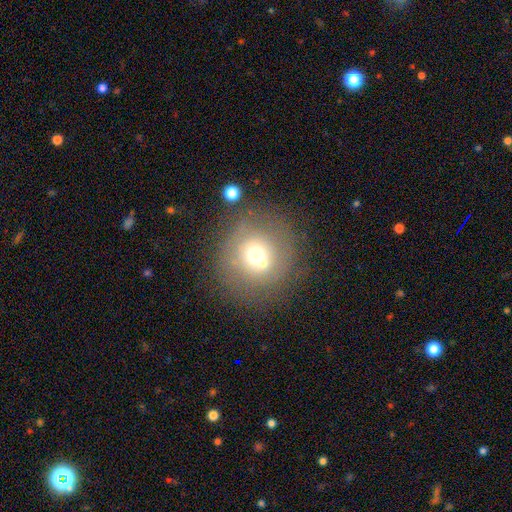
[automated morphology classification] Smooth or featured: smooth — 62% (featured or disk — 20%)
How rounded: round — 94% (in between — 5%)
Merging: none — 68% (merger — 13%)